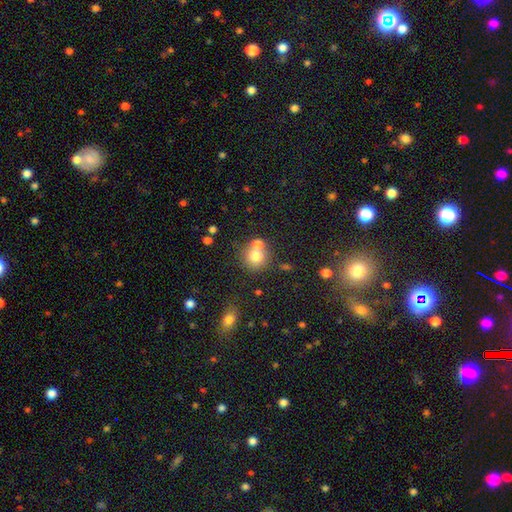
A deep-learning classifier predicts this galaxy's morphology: Smooth or featured: smooth — 75% (featured or disk — 13%)
How rounded: round — 87% (in between — 12%)
Merging: none — 54% (merger — 33%)